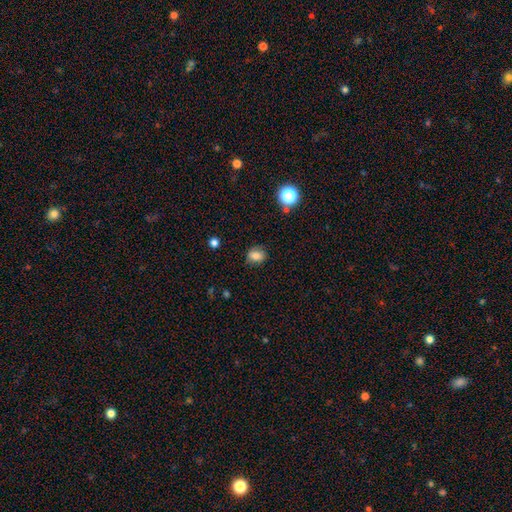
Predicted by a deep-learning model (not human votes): smooth-or-featured: smooth: 79% | star or artifact: 12% | featured or disk: 10%
  how-rounded: in between: 50% | round: 49% | cigar-shaped: 1%
  merging: none: 81% | minor disturbance: 14% | major disturbance: 3% | merger: 1%